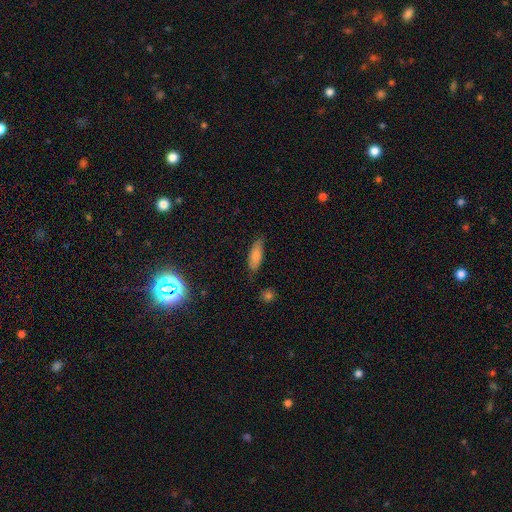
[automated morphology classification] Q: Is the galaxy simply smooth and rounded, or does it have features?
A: smooth — 80%.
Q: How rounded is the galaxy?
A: in between — 63%.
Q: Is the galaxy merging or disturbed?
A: none — 77%.